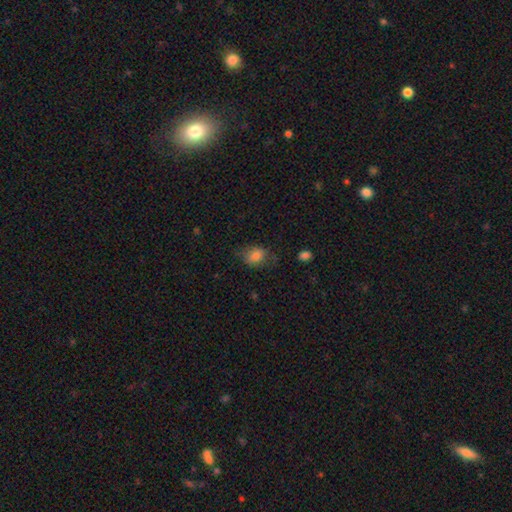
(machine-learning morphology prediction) The model was most divided on "how rounded": in between: 64%, round: 35%, cigar-shaped: 1%. More confident: smooth or featured — smooth (81%); merging — none (63%).